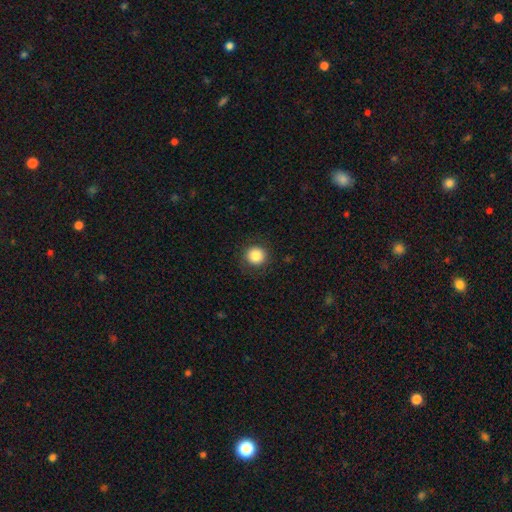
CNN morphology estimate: This appears to be a smooth galaxy with no disk features (85%) that is round (93%). Merging: none (89%).